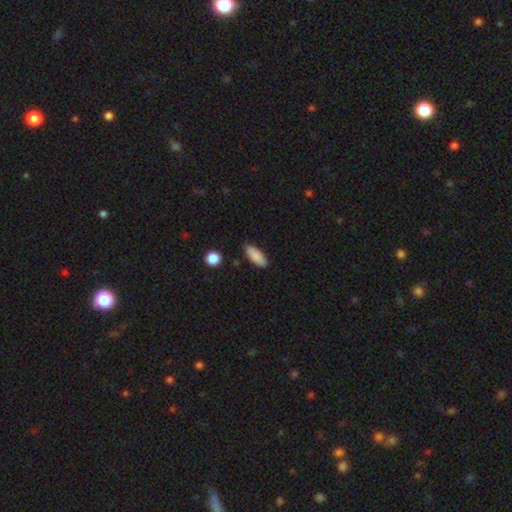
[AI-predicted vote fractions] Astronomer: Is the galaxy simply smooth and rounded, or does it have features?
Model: smooth — 88%.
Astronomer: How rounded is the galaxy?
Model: in between — 78%.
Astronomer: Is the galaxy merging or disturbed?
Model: none — 82%.